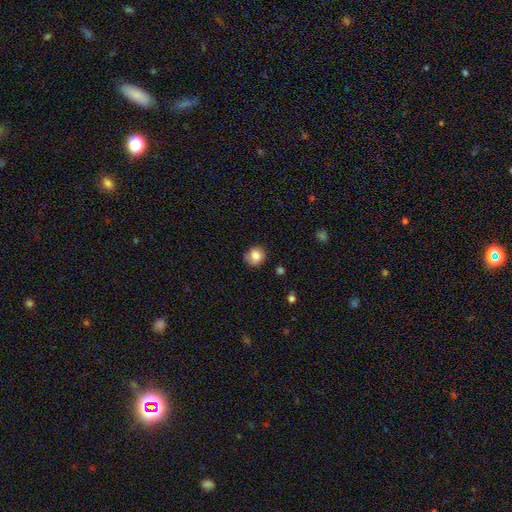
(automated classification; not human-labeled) Smooth or featured? smooth (82%)
How rounded? round (80%)
Merging? none (70%)